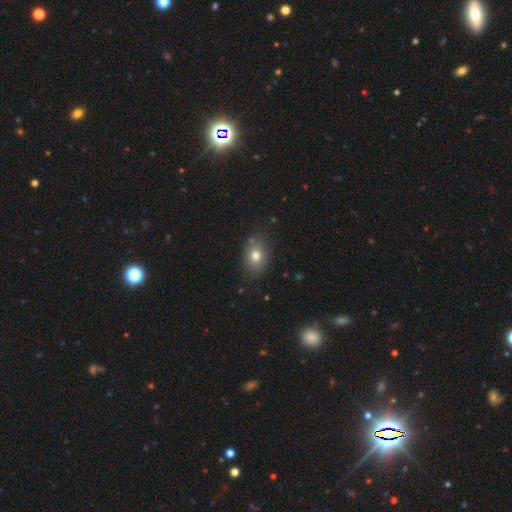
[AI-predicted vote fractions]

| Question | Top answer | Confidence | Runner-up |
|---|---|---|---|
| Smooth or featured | smooth | 77% | featured or disk (13%) |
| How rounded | in between | 73% | round (26%) |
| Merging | none | 80% | minor disturbance (14%) |